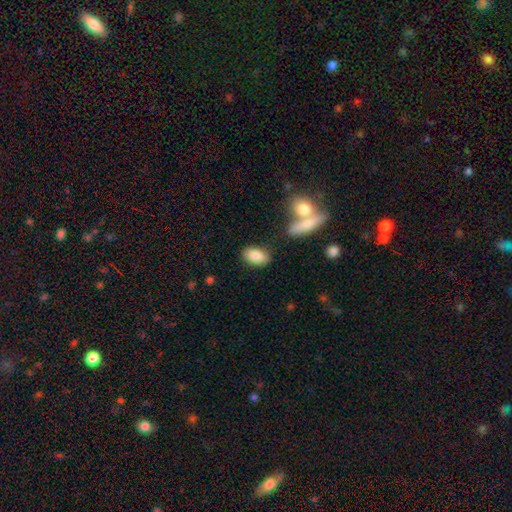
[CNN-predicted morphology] type=smooth (86%); roundness=in between (92%); merging=none (81%).